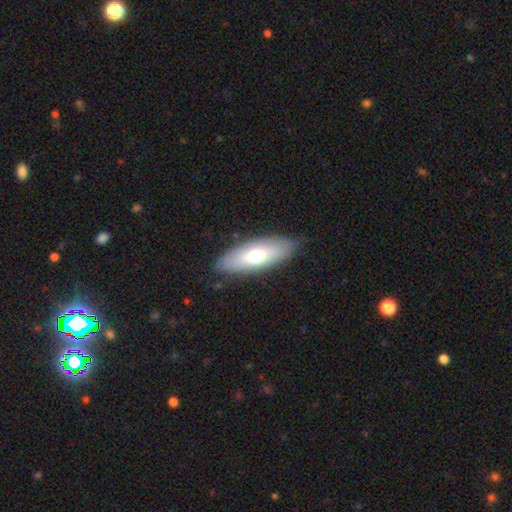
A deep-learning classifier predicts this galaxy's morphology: smooth_or_featured: smooth (p=0.64) [alt: featured or disk p=0.30]
how_rounded: in between (p=0.69) [alt: cigar-shaped p=0.28]
merging: none (p=0.84) [alt: minor disturbance p=0.12]